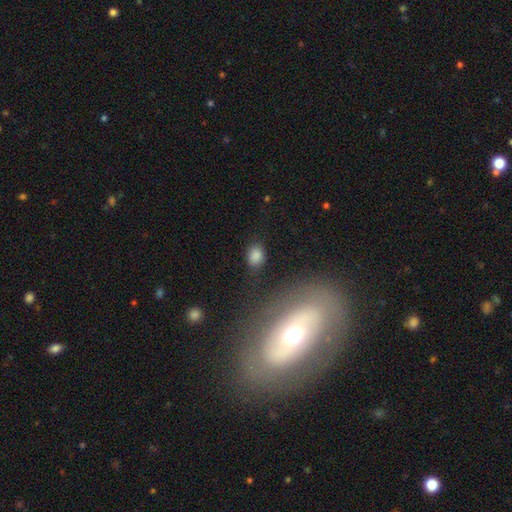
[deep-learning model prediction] Morphology: type=smooth (84%); roundness=in between (65%); merging=none (75%).